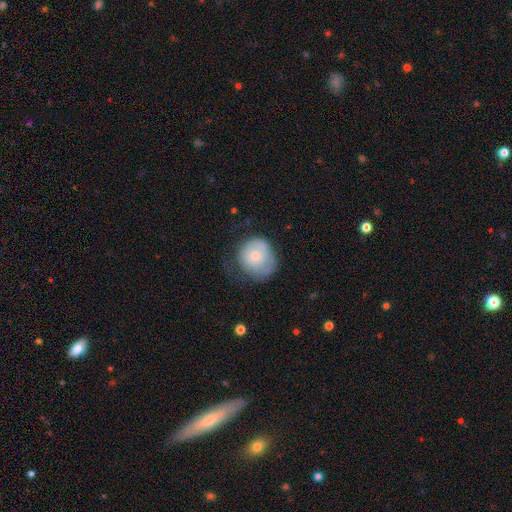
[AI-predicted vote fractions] A smooth galaxy with no disk features (67%) that is round (80%). Merging: none (42%).